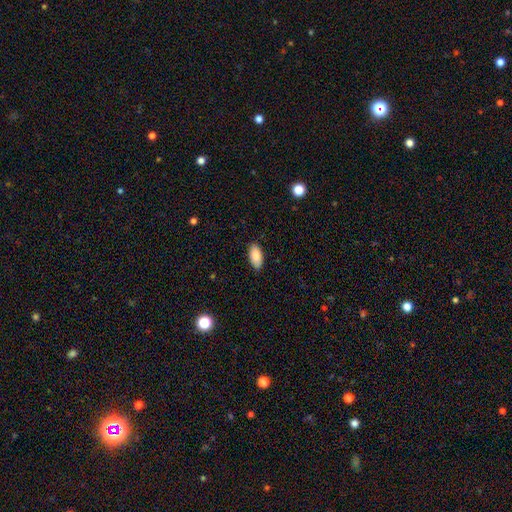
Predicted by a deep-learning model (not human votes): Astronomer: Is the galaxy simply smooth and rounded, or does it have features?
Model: smooth — 87%.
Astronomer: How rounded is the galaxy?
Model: in between — 93%.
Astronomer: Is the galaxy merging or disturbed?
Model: none — 87%.